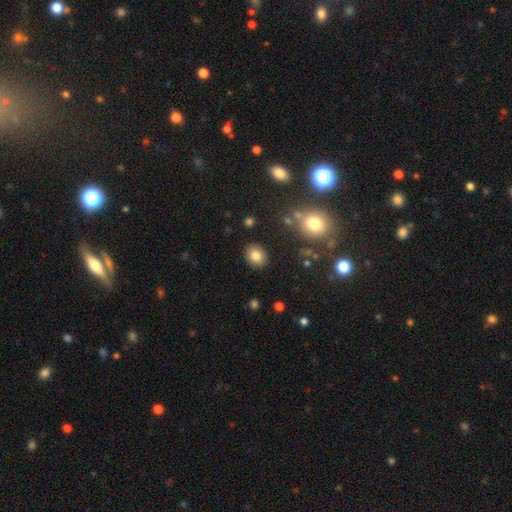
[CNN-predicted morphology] smooth-or-featured: smooth: 81% | star or artifact: 10% | featured or disk: 9%
  how-rounded: round: 60% | in between: 39% | cigar-shaped: 1%
  merging: none: 89% | minor disturbance: 8% | major disturbance: 2% | merger: 2%